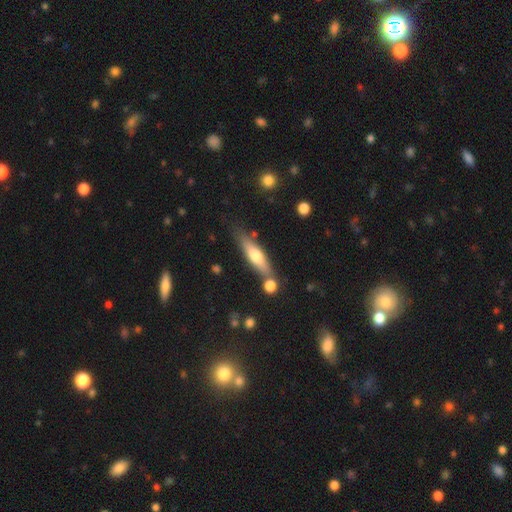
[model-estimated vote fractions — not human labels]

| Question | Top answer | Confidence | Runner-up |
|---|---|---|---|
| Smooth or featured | smooth | 53% | featured or disk (41%) |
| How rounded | cigar-shaped | 73% | in between (25%) |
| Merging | none | 71% | minor disturbance (14%) |